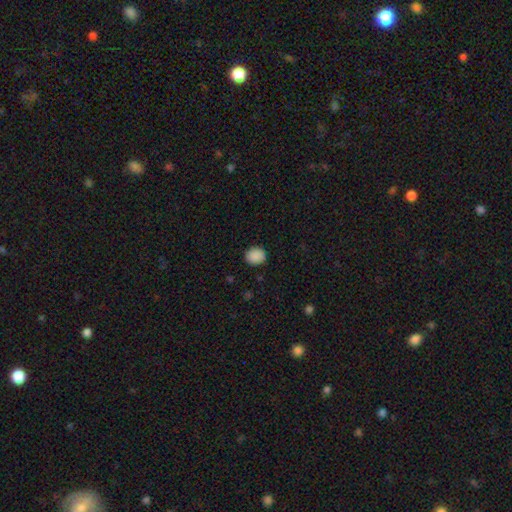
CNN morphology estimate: Smooth or featured? Predicted: smooth (p=0.89). How rounded? Predicted: round (p=0.71). Merging? Predicted: none (p=0.88).